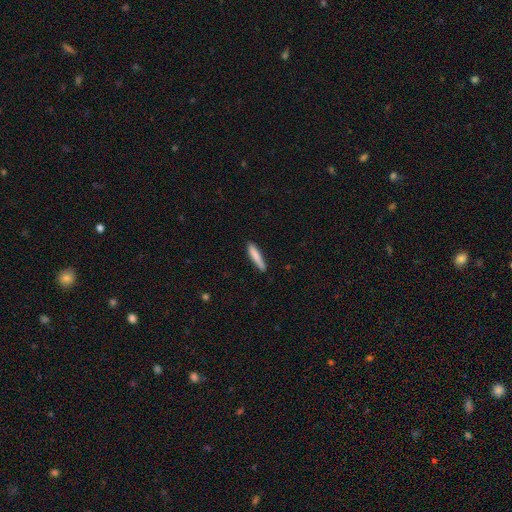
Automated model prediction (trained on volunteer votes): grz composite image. It shows a smooth galaxy with no disk features (82%) that is cigar-shaped (90%). Merging: none (81%).